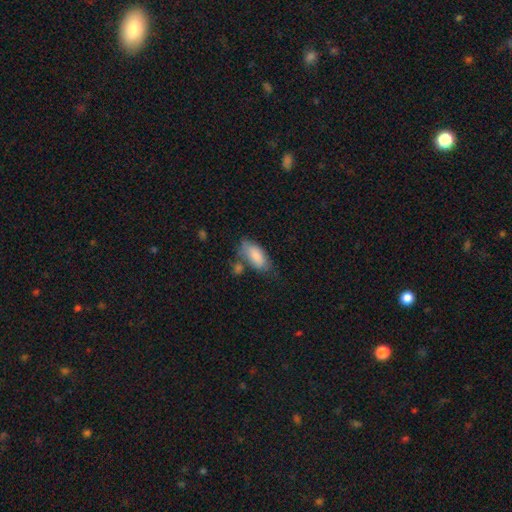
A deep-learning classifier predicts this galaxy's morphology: Smooth or featured: smooth — 83% (featured or disk — 11%)
How rounded: in between — 88% (cigar-shaped — 9%)
Merging: none — 52% (minor disturbance — 26%)